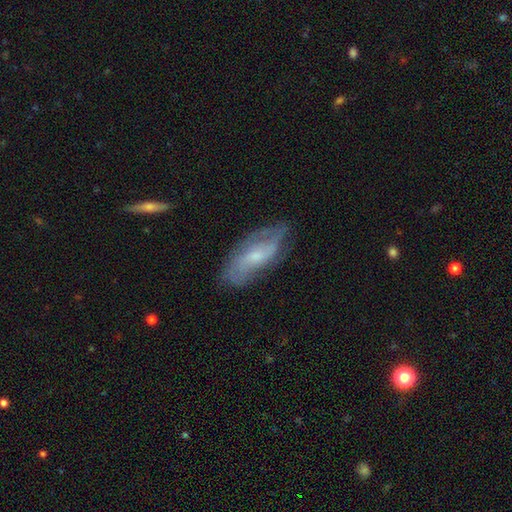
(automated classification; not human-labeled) featured or disk 66%, smooth 26%, star or artifact 7%. Down the decision tree: edge-on disk — no (89%); bar — no (57%); spiral arms — yes (84%); bulge size — small (59%); merging — none (67%).